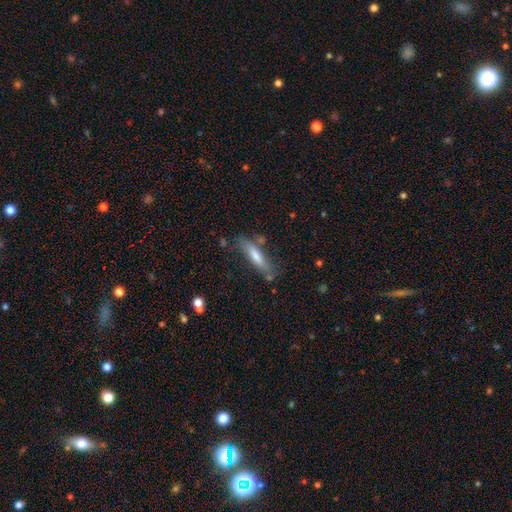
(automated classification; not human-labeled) The model was most divided on "smooth or featured": smooth: 60%, featured or disk: 33%, star or artifact: 7%. More confident: how rounded — cigar-shaped (80%); merging — none (71%).